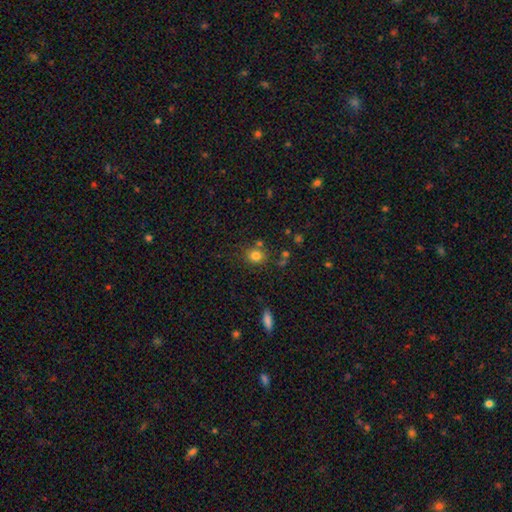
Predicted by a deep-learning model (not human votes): Smooth or featured: smooth — 80% (star or artifact — 13%)
How rounded: round — 75% (in between — 24%)
Merging: none — 72% (minor disturbance — 13%)